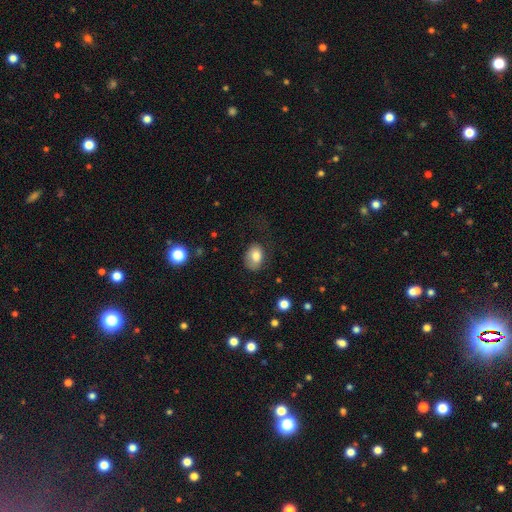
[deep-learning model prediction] The model was most divided on "merging": none: 51%, minor disturbance: 27%, major disturbance: 20%, merger: 2%. More confident: smooth or featured — smooth (80%); how rounded — in between (77%).